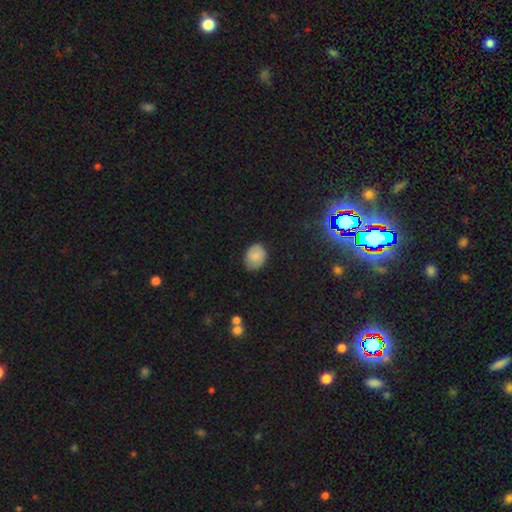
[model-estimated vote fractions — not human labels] This is likely a smooth galaxy (80%). How rounded: possibly round (51%). Merging: likely none (76%).